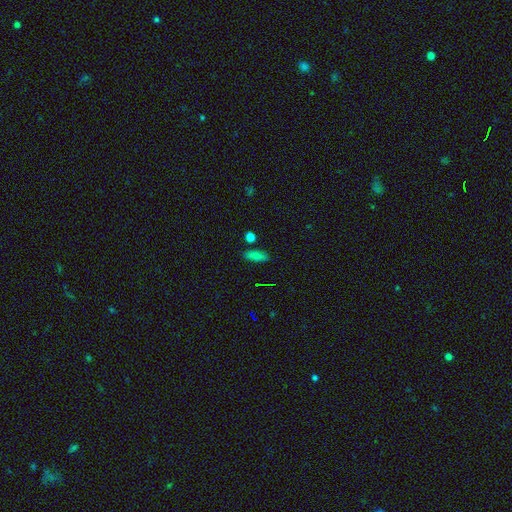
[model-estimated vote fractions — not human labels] Smooth or featured? smooth (80%)
How rounded? in between (67%)
Merging? none (83%)